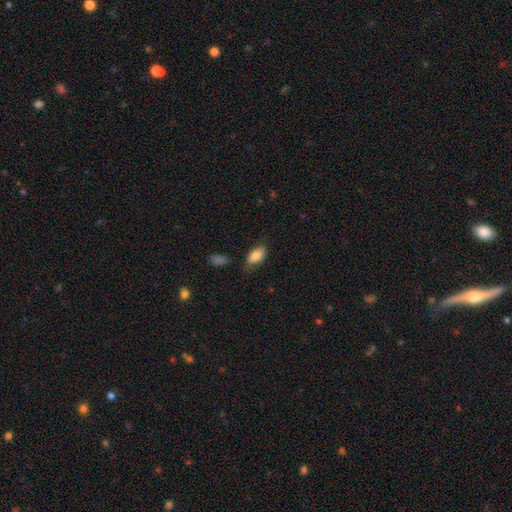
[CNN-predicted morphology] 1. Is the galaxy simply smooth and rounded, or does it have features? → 82% smooth, 10% featured or disk, 7% star or artifact.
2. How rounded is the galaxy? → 92% in between, 4% round, 3% cigar-shaped.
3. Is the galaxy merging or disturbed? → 72% none, 20% minor disturbance, 5% major disturbance, 3% merger.